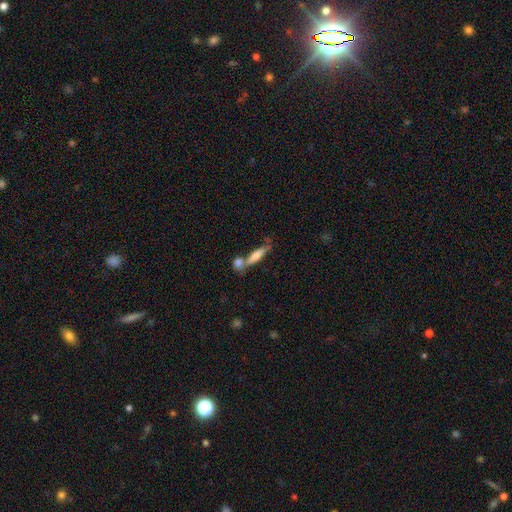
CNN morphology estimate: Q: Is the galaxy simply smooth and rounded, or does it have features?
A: smooth — 63%.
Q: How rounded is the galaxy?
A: cigar-shaped — 76%.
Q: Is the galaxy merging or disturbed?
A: none — 51%.